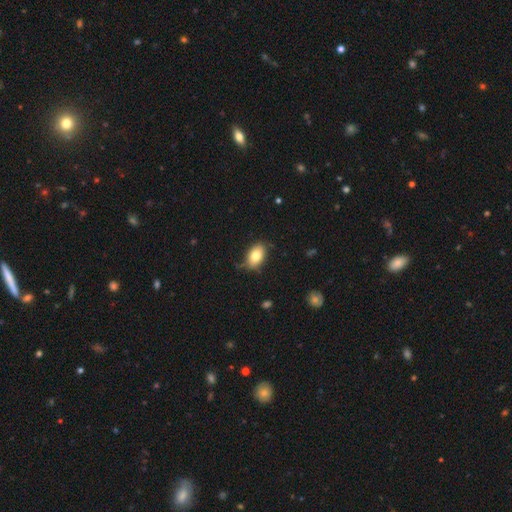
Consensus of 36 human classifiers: This appears to be a smooth galaxy with no disk features (86%) that is in between round and cigar-shaped (94%). Merging: none (77%).